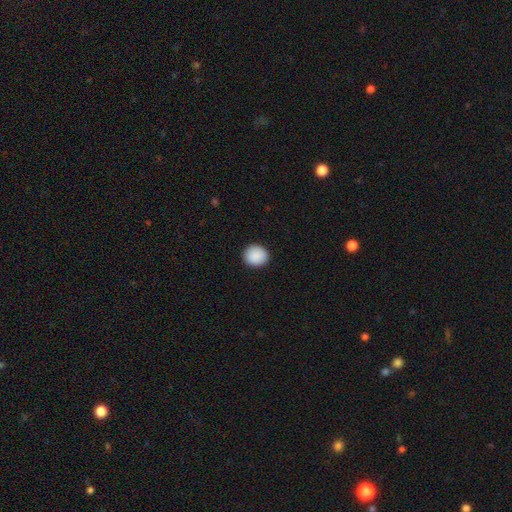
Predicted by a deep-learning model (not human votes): This is clearly a smooth galaxy (90%). How rounded: clearly round (85%). Merging: clearly none (92%).